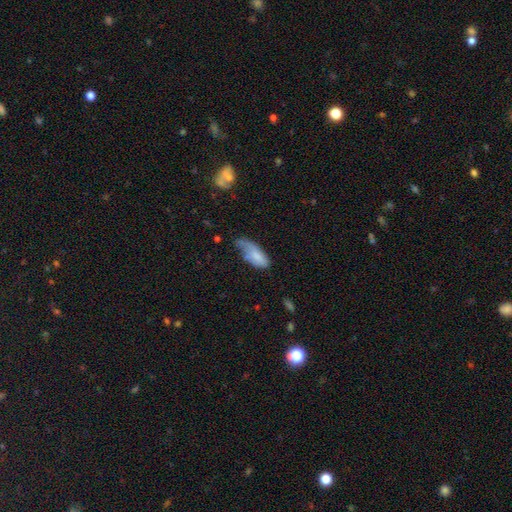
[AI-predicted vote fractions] smooth 73%, featured or disk 19%, star or artifact 7%. Down the decision tree: how rounded — in between (80%); merging — minor disturbance (41%).